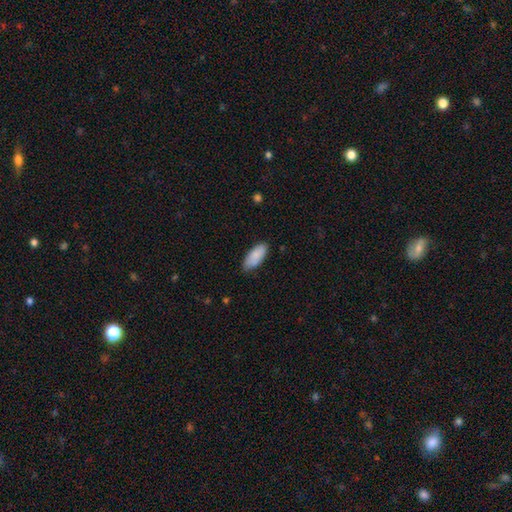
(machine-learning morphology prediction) Smooth or featured?
  - smooth: 87% *
  - featured or disk: 8%
  - star or artifact: 6%
How rounded?
  - in between: 85% *
  - cigar-shaped: 13%
  - round: 2%
Merging?
  - none: 81% *
  - minor disturbance: 15%
  - major disturbance: 2%
  - merger: 1%